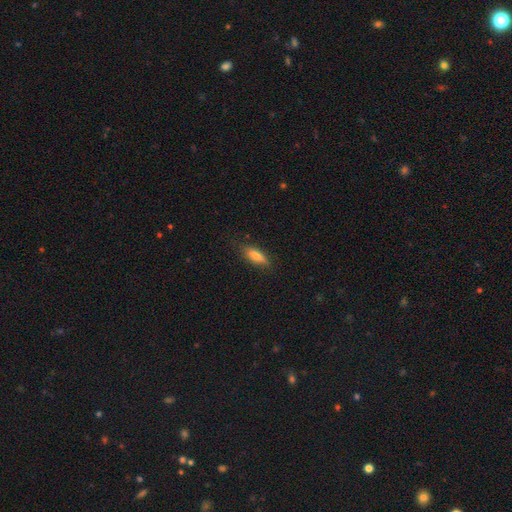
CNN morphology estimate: This is likely a smooth galaxy (76%). How rounded: likely in between (60%). Merging: clearly none (80%).